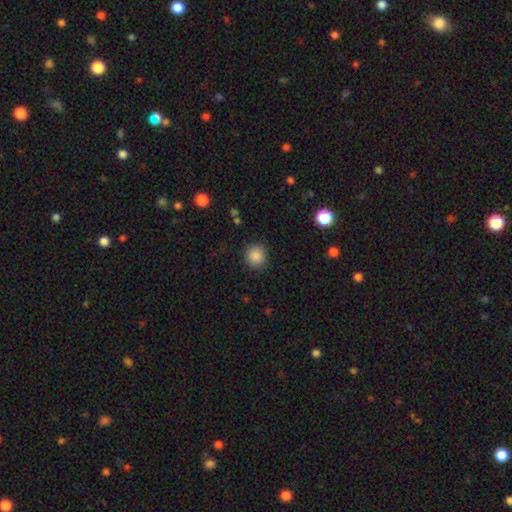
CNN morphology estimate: smooth_or_featured: smooth (p=0.87) [alt: star or artifact p=0.10]
how_rounded: round (p=0.92) [alt: in between p=0.07]
merging: none (p=0.89) [alt: minor disturbance p=0.07]